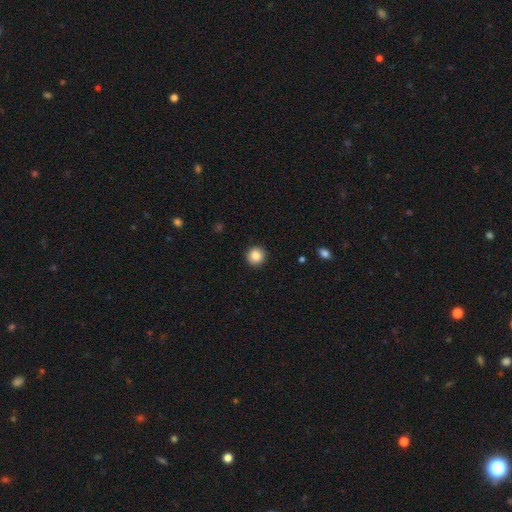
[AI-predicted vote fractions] Overall: smooth (87%). How rounded: round (95%). Merging: none (92%).